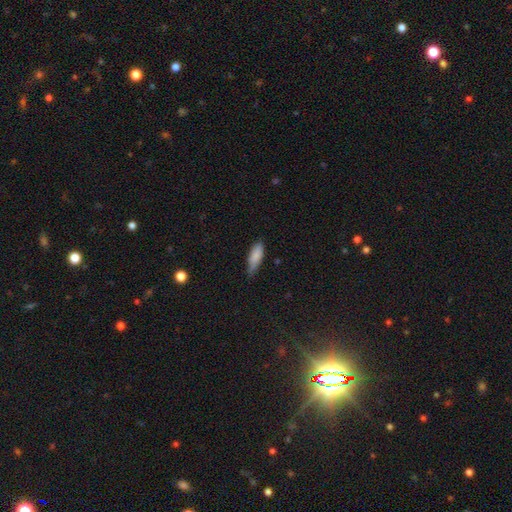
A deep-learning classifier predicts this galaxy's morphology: smooth-or-featured: smooth: 85% | featured or disk: 8% | star or artifact: 7%
  how-rounded: in between: 60% | cigar-shaped: 38% | round: 2%
  merging: none: 59% | minor disturbance: 34% | major disturbance: 5% | merger: 2%